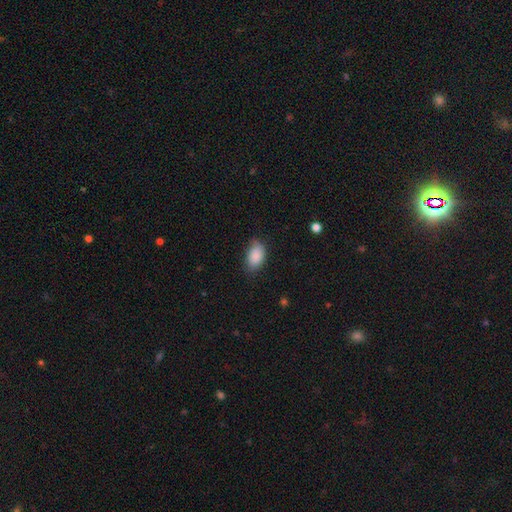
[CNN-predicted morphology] Smooth or featured? Predicted: smooth (p=0.88). How rounded? Predicted: in between (p=0.91). Merging? Predicted: none (p=0.69).